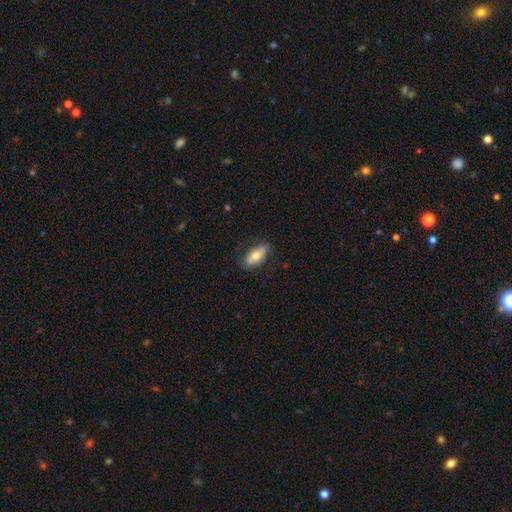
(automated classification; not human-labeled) This appears to be a smooth galaxy with no disk features (69%) that is in between round and cigar-shaped (82%). Merging: none (78%).